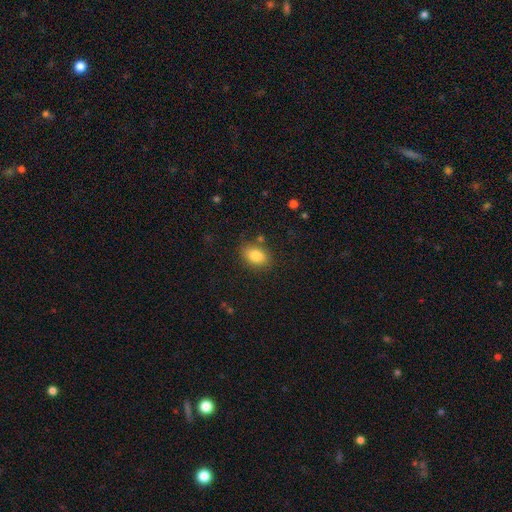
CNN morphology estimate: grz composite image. It shows a smooth galaxy with no disk features (83%) that is in between round and cigar-shaped (76%). Merging: none (79%).